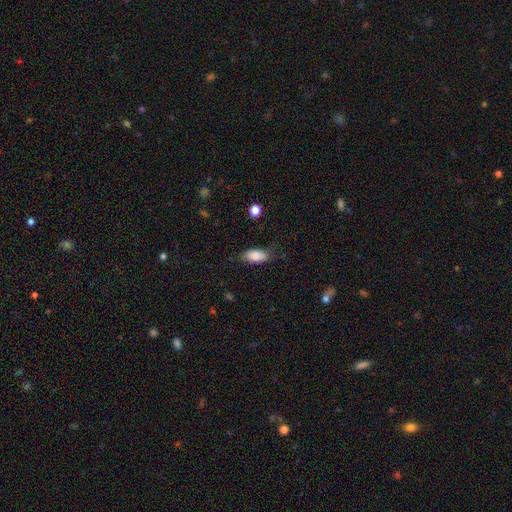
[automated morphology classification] Smooth or featured? smooth (84%)
How rounded? in between (89%)
Merging? none (71%)